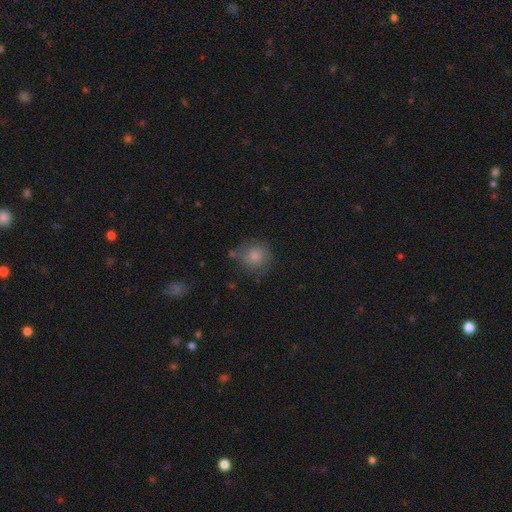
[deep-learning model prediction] A smooth galaxy with no disk features (72%) that is round (87%). Merging: none (66%).